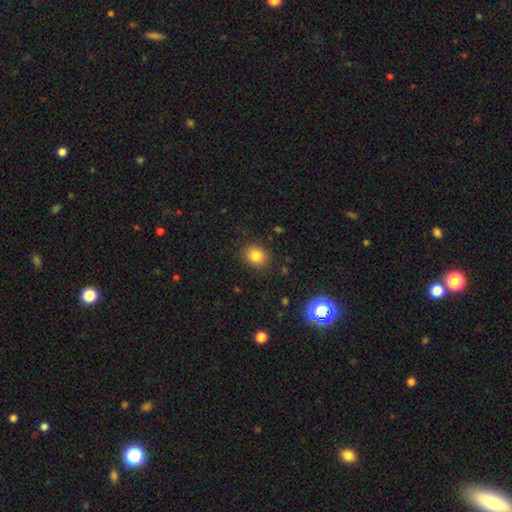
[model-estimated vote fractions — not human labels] Q: Smooth or featured?
A: smooth (82%); runner-up: star or artifact (11%)
Q: How rounded?
A: round (58%); runner-up: in between (41%)
Q: Merging?
A: none (86%); runner-up: minor disturbance (10%)